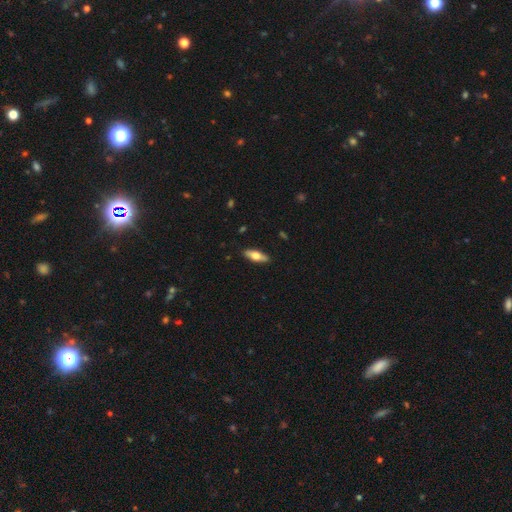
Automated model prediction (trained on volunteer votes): Overall: smooth (62%; featured or disk 32%). How rounded: in between (62%; cigar-shaped 36%). Merging: none (88%).